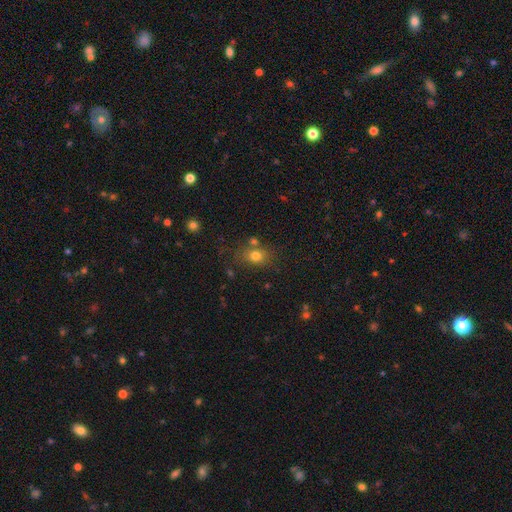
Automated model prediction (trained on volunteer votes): The model was most divided on "how rounded": in between: 53%, round: 46%, cigar-shaped: 1%. More confident: smooth or featured — smooth (75%); merging — none (68%).